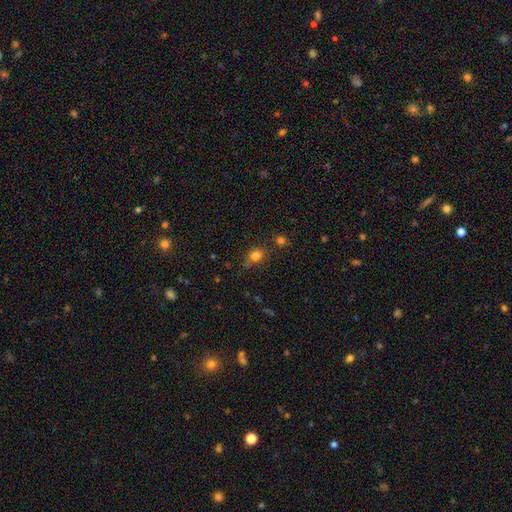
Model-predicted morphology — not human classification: A smooth galaxy with no disk features (78%) that is round (70%).

Vote fractions:
- Smooth or featured? smooth: 78% / star or artifact: 15% / featured or disk: 7%
- How rounded? round: 70% / in between: 29% / cigar-shaped: 1%
- Merging? none: 68% / minor disturbance: 18% / merger: 8% / major disturbance: 6%